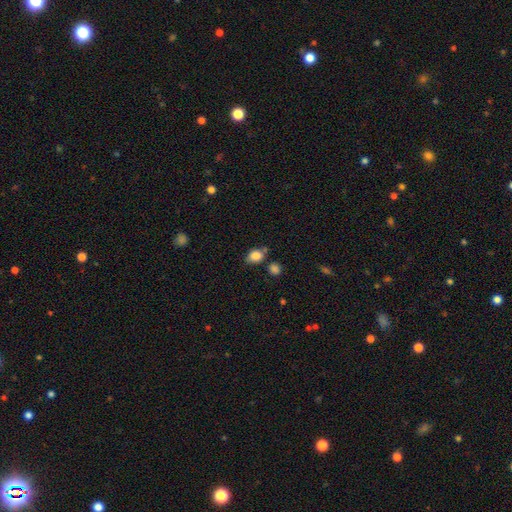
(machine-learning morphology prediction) A smooth galaxy with no disk features (83%) that is in between round and cigar-shaped (52%).

Vote fractions:
- Smooth or featured? smooth: 83% / star or artifact: 10% / featured or disk: 7%
- How rounded? in between: 52% / round: 47% / cigar-shaped: 2%
- Merging? none: 60% / minor disturbance: 21% / merger: 13% / major disturbance: 6%